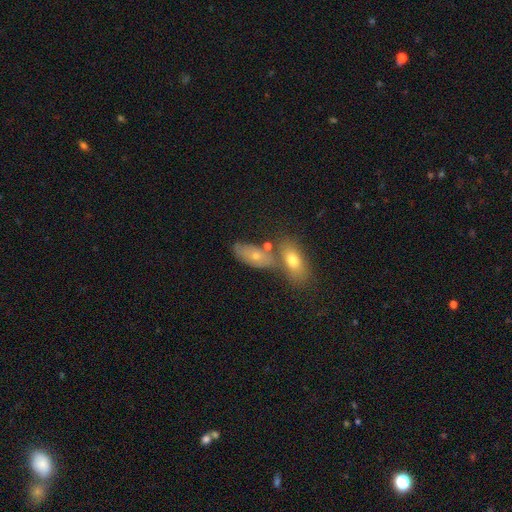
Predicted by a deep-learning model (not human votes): Morphology: type=smooth (61%); roundness=in between (85%); merging=none (46%).